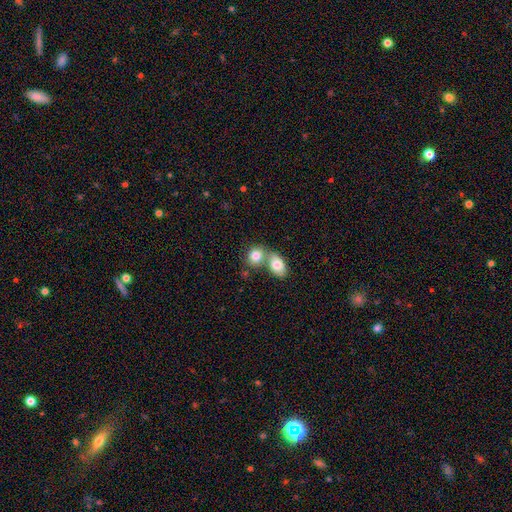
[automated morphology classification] Q: Smooth or featured?
A: smooth (81%); runner-up: featured or disk (11%)
Q: How rounded?
A: round (52%); runner-up: in between (47%)
Q: Merging?
A: merger (56%); runner-up: none (35%)